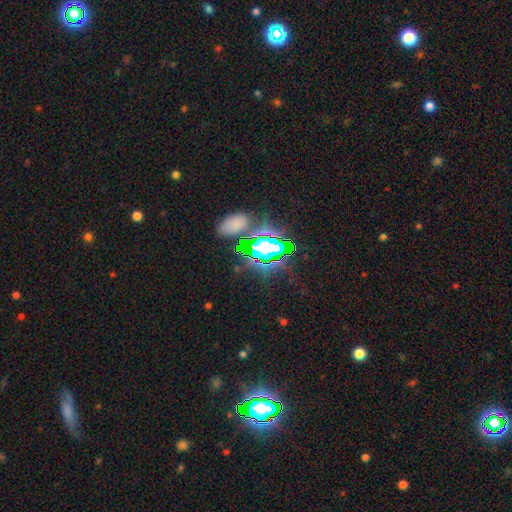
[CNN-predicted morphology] The model was most divided on "smooth or featured": star or artifact: 74%, smooth: 15%, featured or disk: 10%.